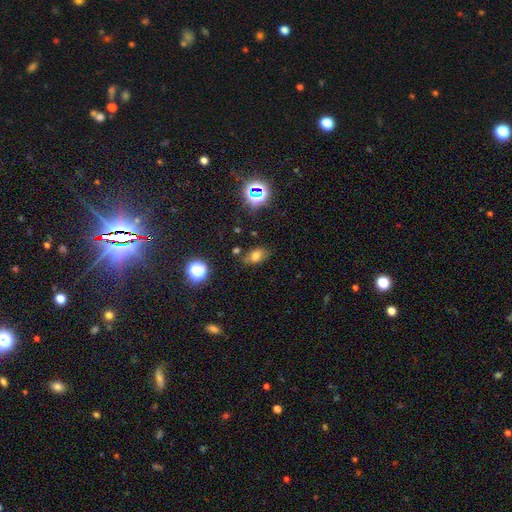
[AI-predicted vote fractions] Smooth or featured? smooth (67%)
How rounded? in between (81%)
Merging? none (72%)